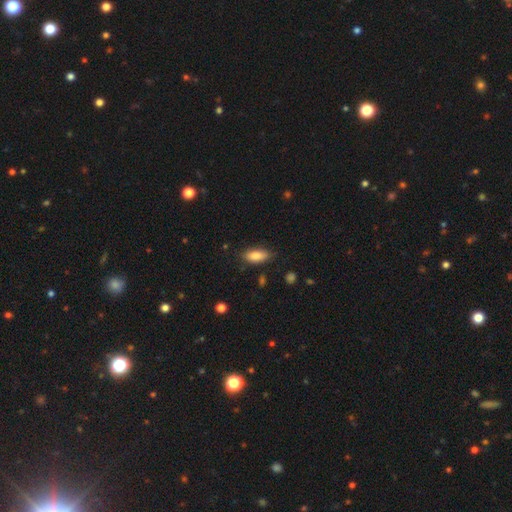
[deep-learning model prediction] Overall: smooth (85%). How rounded: in between (83%). Merging: none (79%).